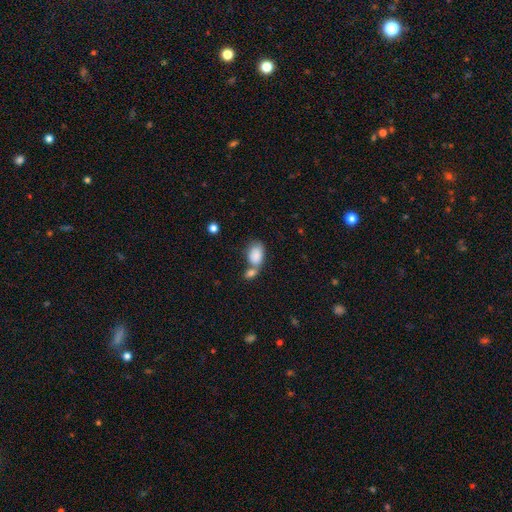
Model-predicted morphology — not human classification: A smooth galaxy with no disk features (84%) that is in between round and cigar-shaped (86%). Merging: merger (53%).